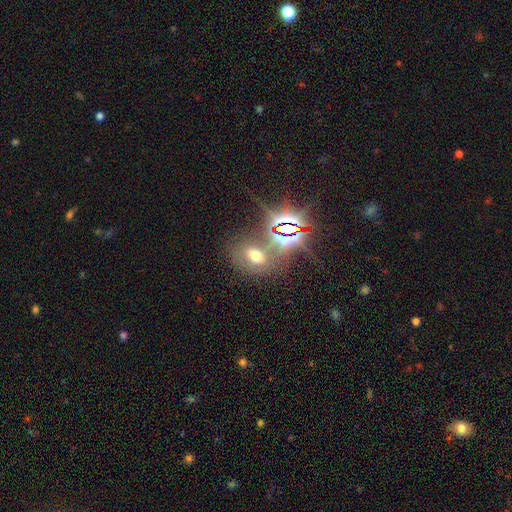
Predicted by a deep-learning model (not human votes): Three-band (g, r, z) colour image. It shows a smooth galaxy with no disk features (47%). Merging: none (60%).